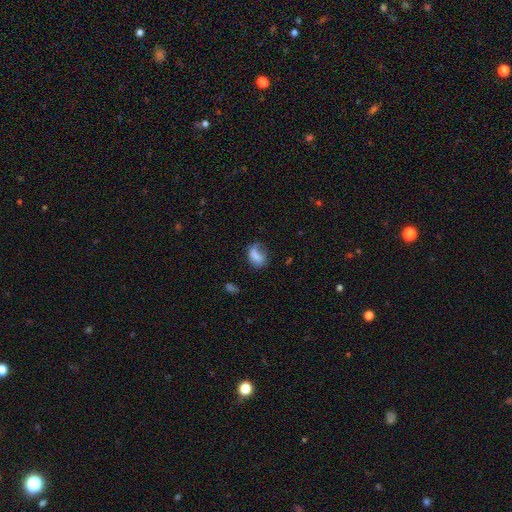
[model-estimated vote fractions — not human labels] Q: Smooth or featured?
A: smooth (73%); runner-up: featured or disk (17%)
Q: How rounded?
A: in between (77%); runner-up: round (20%)
Q: Merging?
A: none (42%); runner-up: minor disturbance (30%)